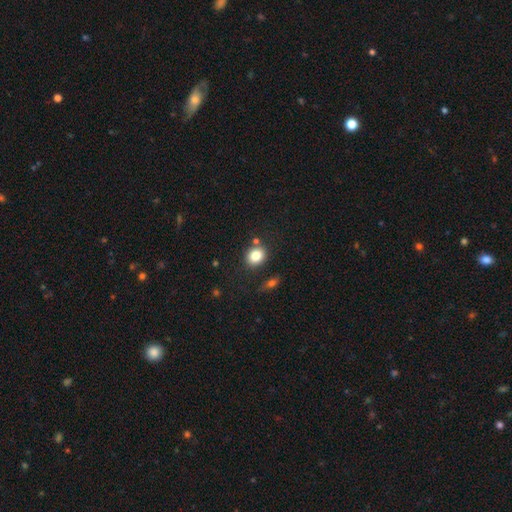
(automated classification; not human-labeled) Smooth or featured? Predicted: smooth (p=0.82). How rounded? Predicted: round (p=0.59). Merging? Predicted: none (p=0.77).